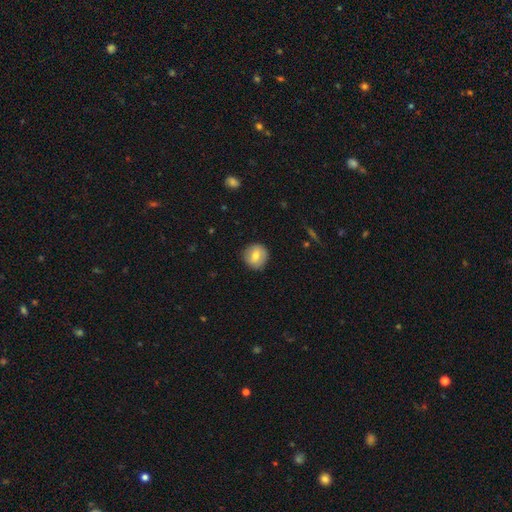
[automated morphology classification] Smooth or featured: smooth — 71% (featured or disk — 21%)
How rounded: round — 92% (in between — 7%)
Merging: none — 88% (minor disturbance — 9%)